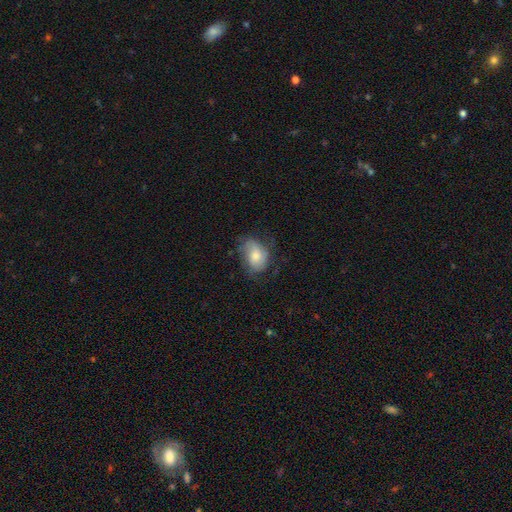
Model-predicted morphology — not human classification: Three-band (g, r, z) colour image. It shows a smooth galaxy with no disk features (54%) that is in between round and cigar-shaped (77%). Merging: none (57%).